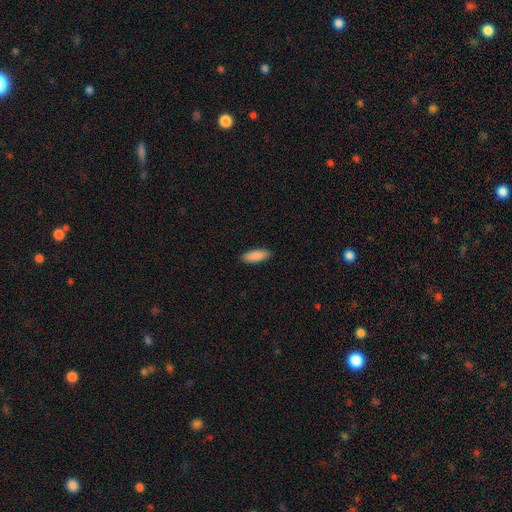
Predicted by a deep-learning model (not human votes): smooth-or-featured: smooth: 90% | star or artifact: 6% | featured or disk: 4%
  how-rounded: in between: 67% | cigar-shaped: 32% | round: 2%
  merging: none: 90% | minor disturbance: 7% | major disturbance: 2% | merger: 1%